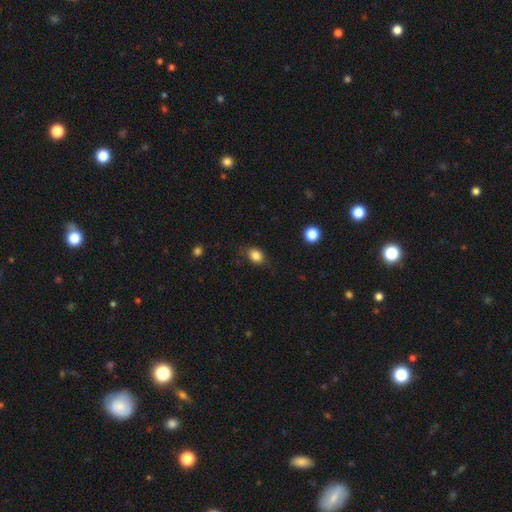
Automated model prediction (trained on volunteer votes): This is clearly a smooth galaxy (84%). How rounded: likely in between (62%). Merging: likely none (79%).